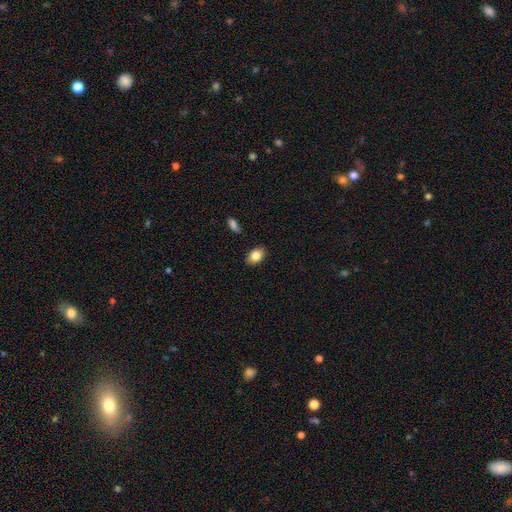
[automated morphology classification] Smooth or featured: smooth — 82% (featured or disk — 10%)
How rounded: in between — 83% (round — 16%)
Merging: none — 86% (minor disturbance — 10%)